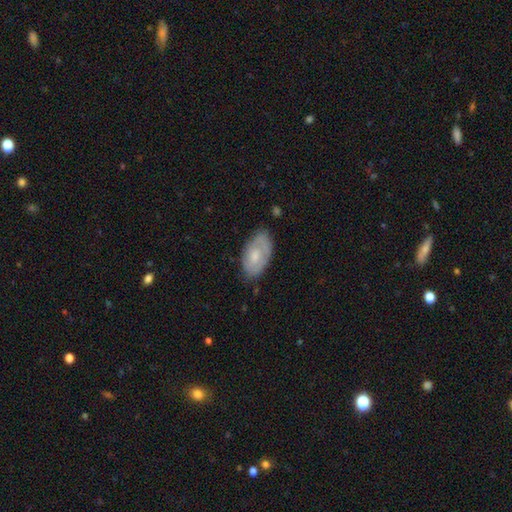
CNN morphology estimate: type=smooth (51%); roundness=in between (93%); merging=none (70%).